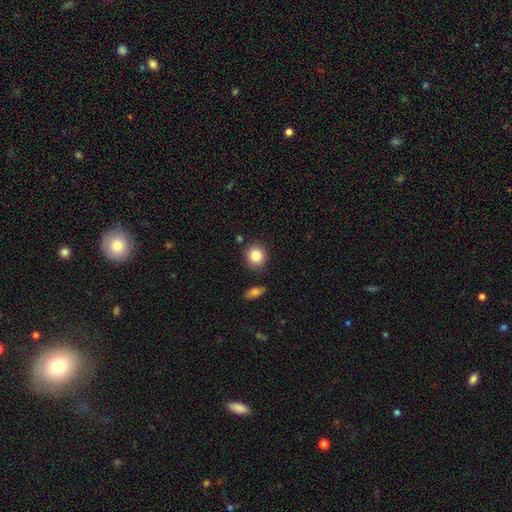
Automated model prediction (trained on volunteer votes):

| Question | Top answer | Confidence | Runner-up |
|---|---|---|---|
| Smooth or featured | smooth | 85% | star or artifact (9%) |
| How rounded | round | 87% | in between (12%) |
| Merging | none | 85% | minor disturbance (8%) |